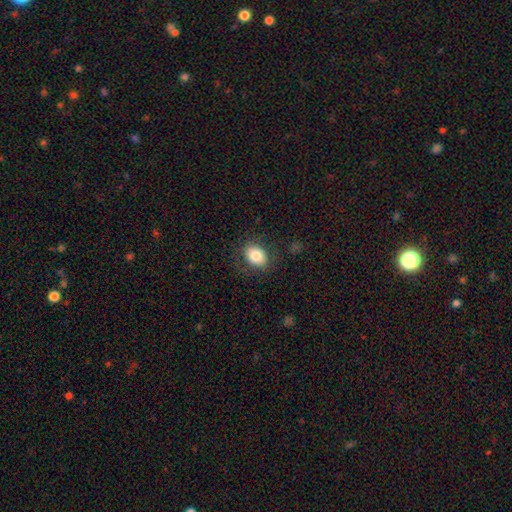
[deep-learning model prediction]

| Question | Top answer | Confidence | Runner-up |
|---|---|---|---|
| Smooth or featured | smooth | 82% | featured or disk (10%) |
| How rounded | in between | 65% | round (34%) |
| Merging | none | 82% | minor disturbance (12%) |